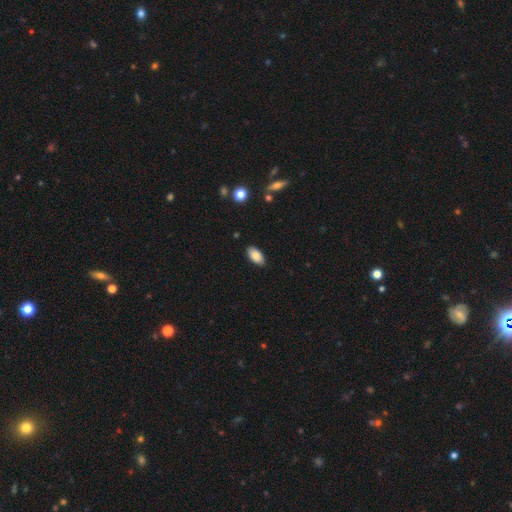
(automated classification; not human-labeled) smooth-or-featured: smooth: 86% | featured or disk: 7% | star or artifact: 7%
  how-rounded: in between: 94% | cigar-shaped: 3% | round: 3%
  merging: none: 88% | minor disturbance: 9% | major disturbance: 2% | merger: 1%